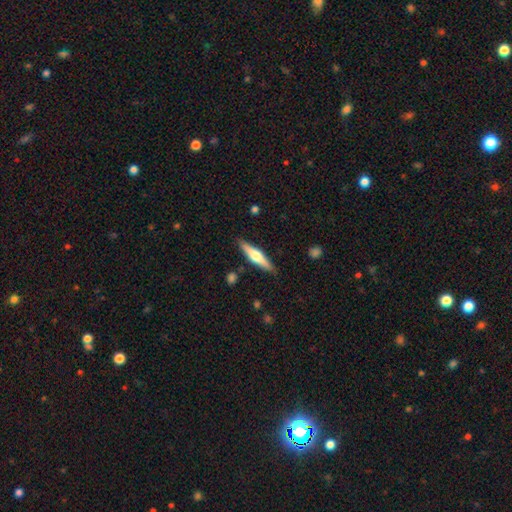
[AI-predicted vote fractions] Overall: featured or disk (54%; smooth 40%). Edge-on disk: yes (96%). Edge-on bulge: rounded (89%). Merging: none (87%).